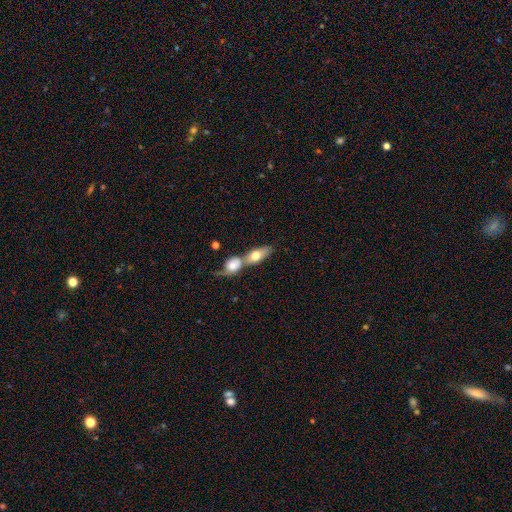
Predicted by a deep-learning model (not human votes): Smooth or featured: smooth — 66% (featured or disk — 28%)
How rounded: in between — 74% (cigar-shaped — 16%)
Merging: merger — 67% (none — 21%)